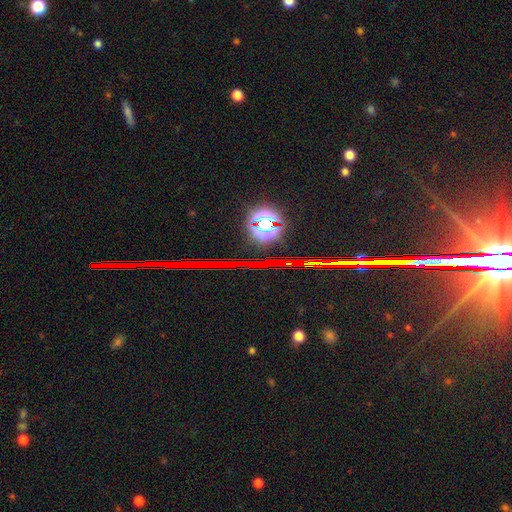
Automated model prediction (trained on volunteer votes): Smooth or featured? star or artifact (84%)